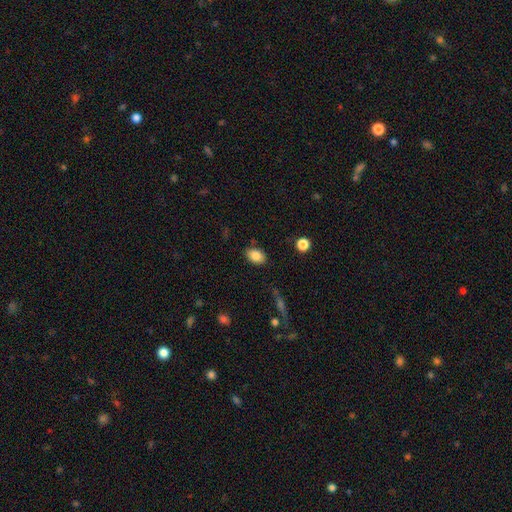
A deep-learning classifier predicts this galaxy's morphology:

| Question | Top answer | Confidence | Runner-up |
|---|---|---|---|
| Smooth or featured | smooth | 84% | star or artifact (8%) |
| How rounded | in between | 83% | round (16%) |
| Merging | none | 84% | minor disturbance (11%) |